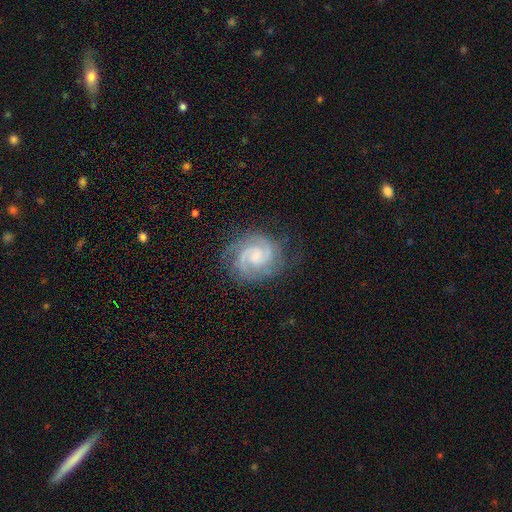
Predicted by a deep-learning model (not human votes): This appears to be a featured or disk galaxy (90%) with a weak bar (46%), 2 (82%) tight (54%) spiral arms (98%) and a small central bulge (53%). Merging: none (78%).